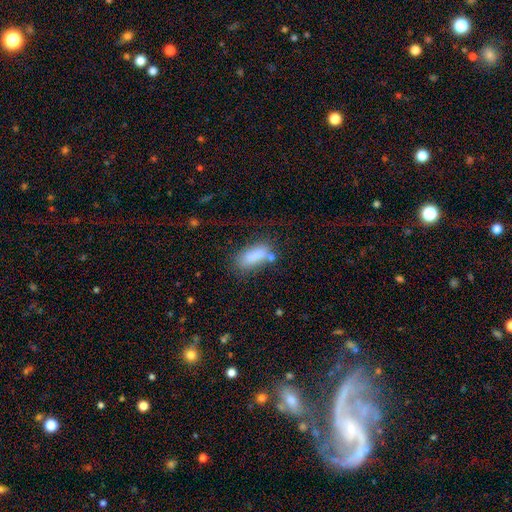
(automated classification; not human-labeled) Q: Smooth or featured?
A: smooth (79%); runner-up: featured or disk (11%)
Q: How rounded?
A: in between (81%); runner-up: cigar-shaped (15%)
Q: Merging?
A: none (51%); runner-up: minor disturbance (22%)